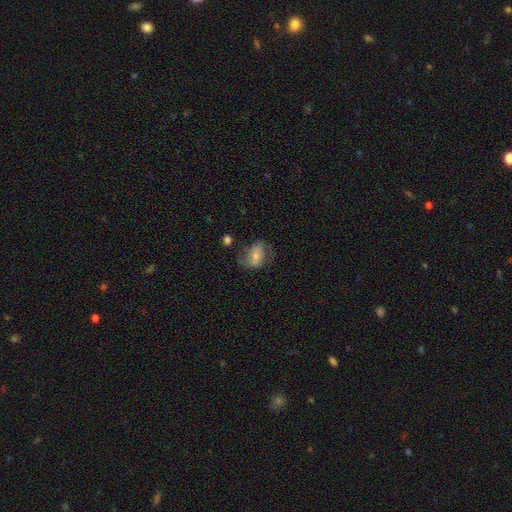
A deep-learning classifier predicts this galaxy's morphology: Overall: smooth (61%; featured or disk 30%). How rounded: in between (79%). Merging: none (55%; minor disturbance 26%).